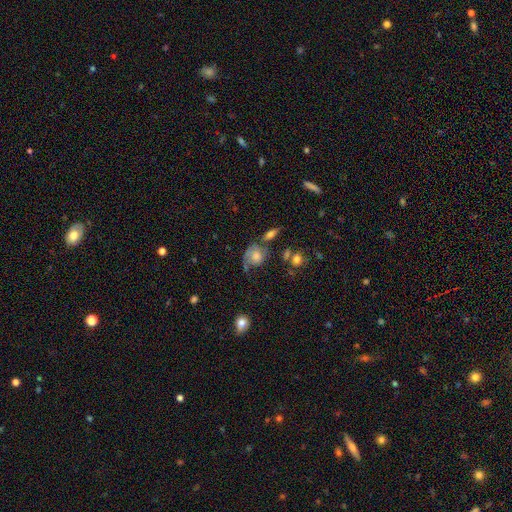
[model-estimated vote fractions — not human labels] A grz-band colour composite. It shows a smooth galaxy with no disk features (54%) that is round (62%). Merging: none (36%).